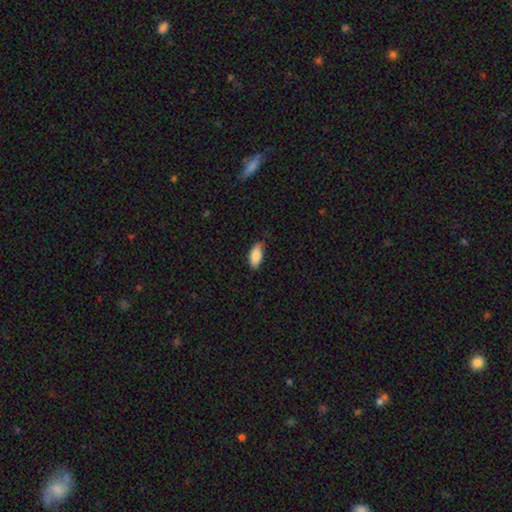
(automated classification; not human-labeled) smooth-or-featured: smooth: 87% | featured or disk: 7% | star or artifact: 6%
  how-rounded: in between: 90% | cigar-shaped: 8% | round: 2%
  merging: none: 70% | minor disturbance: 25% | major disturbance: 4% | merger: 1%